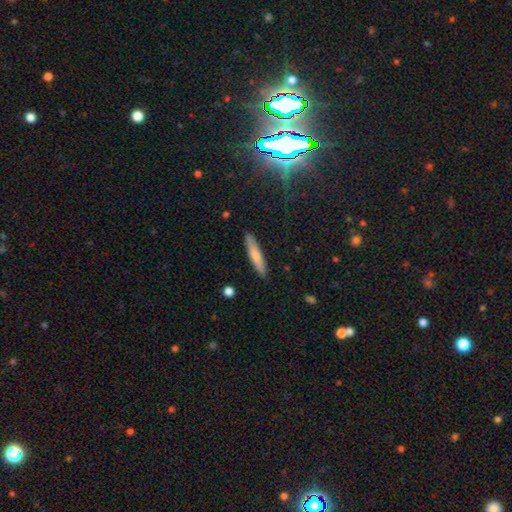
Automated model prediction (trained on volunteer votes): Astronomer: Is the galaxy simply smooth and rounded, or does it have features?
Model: smooth — 67%.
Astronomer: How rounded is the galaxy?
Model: cigar-shaped — 88%.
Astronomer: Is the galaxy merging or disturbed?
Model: none — 89%.